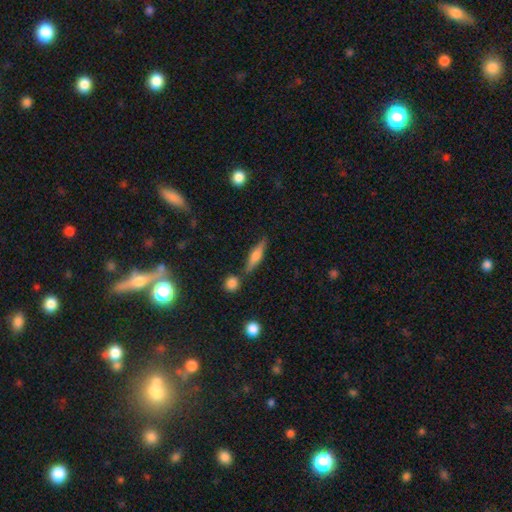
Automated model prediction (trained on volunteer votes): A smooth galaxy with no disk features (55%) that is cigar-shaped (74%).

Vote fractions:
- Smooth or featured? smooth: 55% / featured or disk: 37% / star or artifact: 7%
- How rounded? cigar-shaped: 74% / in between: 23% / round: 3%
- Merging? none: 78% / minor disturbance: 11% / merger: 8% / major disturbance: 3%